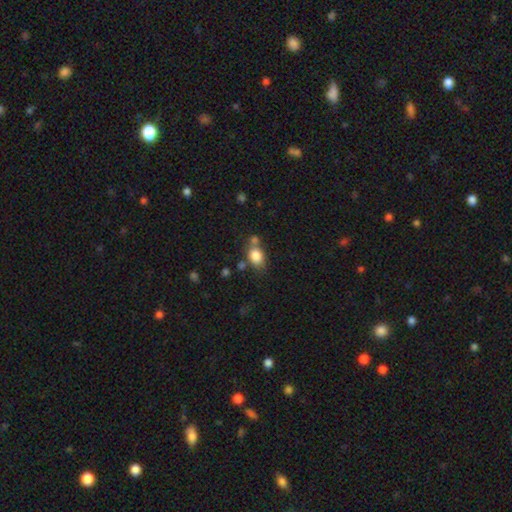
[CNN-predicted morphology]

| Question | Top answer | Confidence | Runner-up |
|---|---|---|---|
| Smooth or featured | smooth | 82% | star or artifact (10%) |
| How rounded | in between | 65% | round (33%) |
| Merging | none | 55% | merger (23%) |